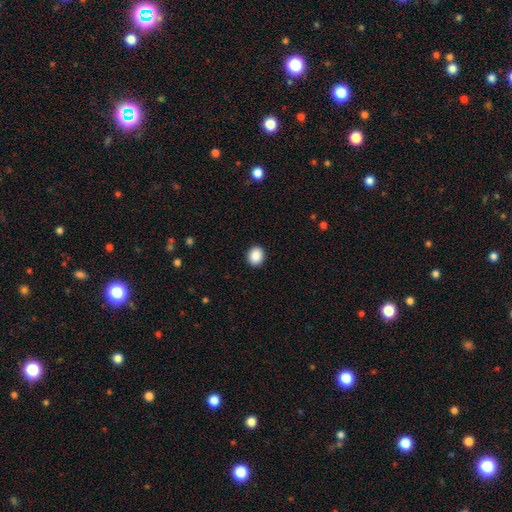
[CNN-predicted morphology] Smooth or featured? Predicted: smooth (p=0.89). How rounded? Predicted: round (p=0.63). Merging? Predicted: none (p=0.91).